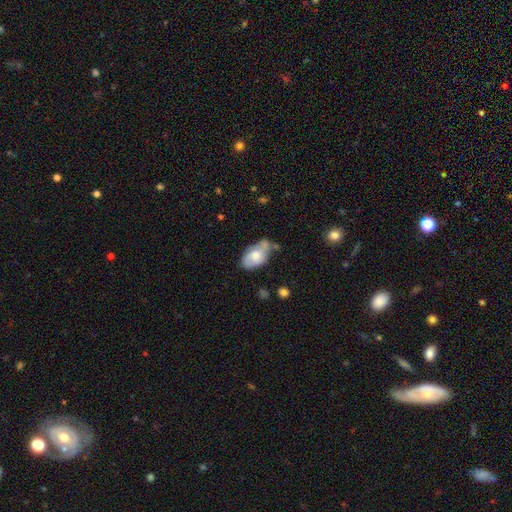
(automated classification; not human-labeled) smooth-or-featured: smooth: 53% | featured or disk: 40% | star or artifact: 7%
  how-rounded: in between: 92% | round: 5% | cigar-shaped: 2%
  merging: none: 46% | minor disturbance: 35% | major disturbance: 11% | merger: 8%